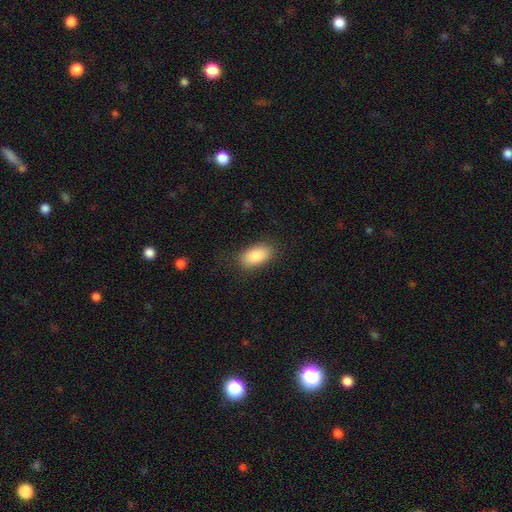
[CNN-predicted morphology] Smooth or featured?
  - smooth: 85% *
  - featured or disk: 8%
  - star or artifact: 7%
How rounded?
  - in between: 93% *
  - round: 4%
  - cigar-shaped: 3%
Merging?
  - none: 85% *
  - minor disturbance: 11%
  - major disturbance: 3%
  - merger: 1%